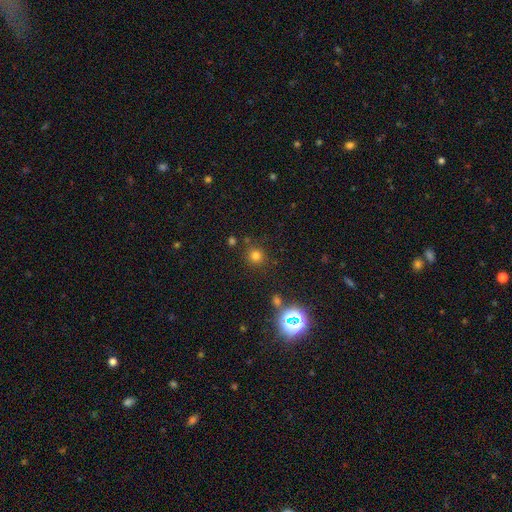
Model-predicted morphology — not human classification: This is likely a smooth galaxy (73%). How rounded: clearly round (93%). Merging: clearly none (82%).